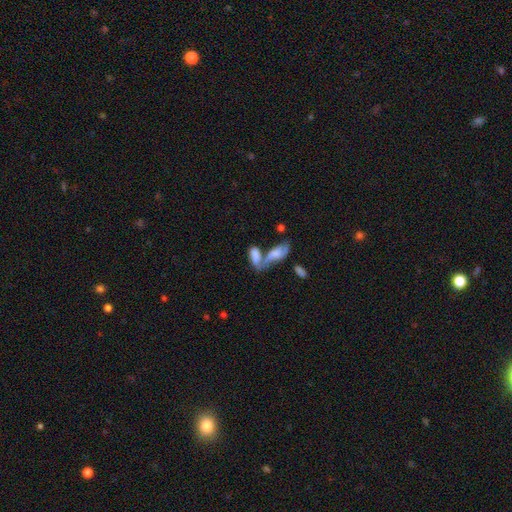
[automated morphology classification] A smooth galaxy with no disk features (71%) that is in between round and cigar-shaped (81%).

Vote fractions:
- Smooth or featured? smooth: 71% / featured or disk: 21% / star or artifact: 8%
- How rounded? in between: 81% / cigar-shaped: 16% / round: 3%
- Merging? merger: 60% / none: 22% / minor disturbance: 10% / major disturbance: 7%